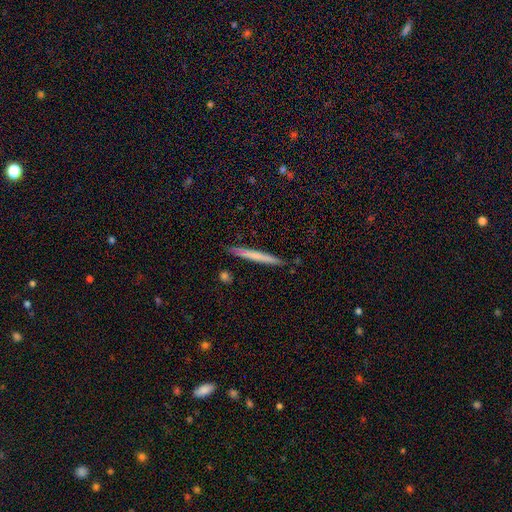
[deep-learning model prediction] The model was most divided on "smooth or featured": smooth: 64%, featured or disk: 30%, star or artifact: 5%. More confident: how rounded — cigar-shaped (97%); merging — none (90%).